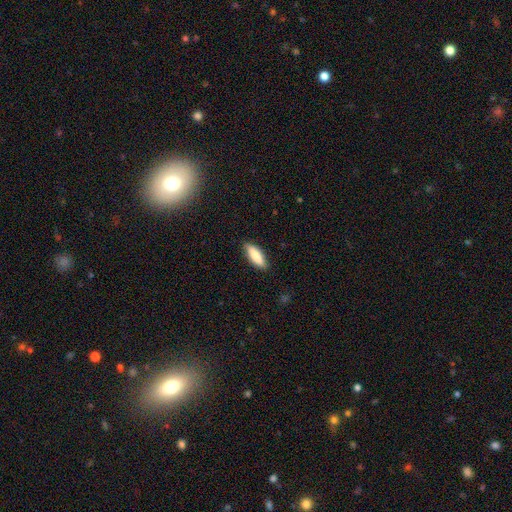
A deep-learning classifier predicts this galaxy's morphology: This appears to be a smooth galaxy with no disk features (83%) that is in between round and cigar-shaped (54%). Merging: none (86%).